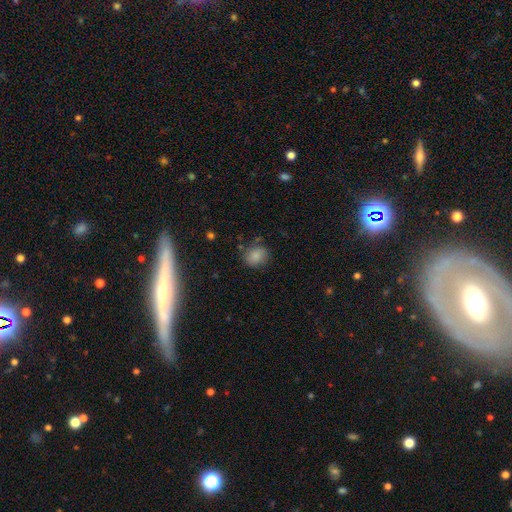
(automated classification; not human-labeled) Smooth or featured? Predicted: smooth (p=0.84). How rounded? Predicted: round (p=0.74). Merging? Predicted: none (p=0.78).